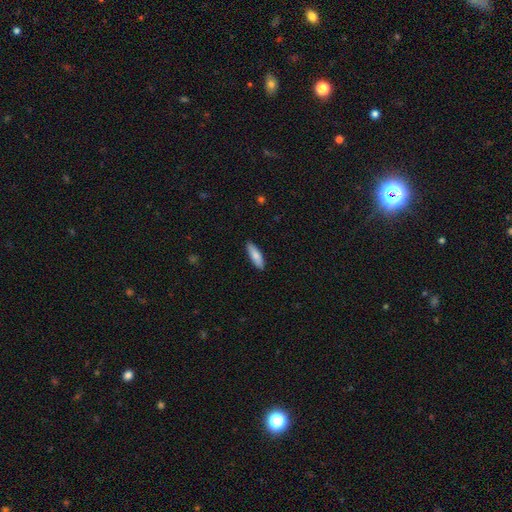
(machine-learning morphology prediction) Smooth or featured? Predicted: smooth (p=0.81). How rounded? Predicted: cigar-shaped (p=0.53). Merging? Predicted: none (p=0.89).